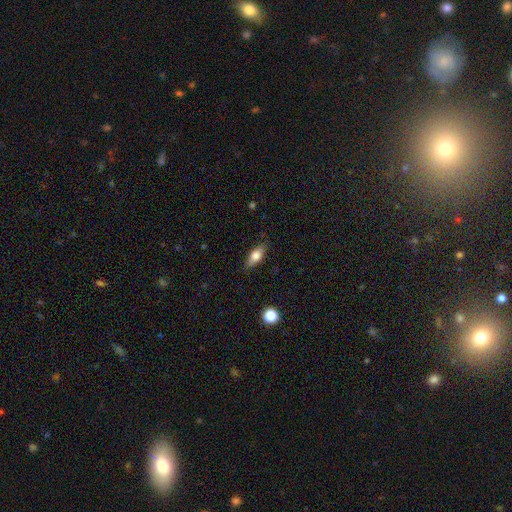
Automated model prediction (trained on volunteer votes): Overall: smooth (71%). How rounded: in between (73%). Merging: none (84%).